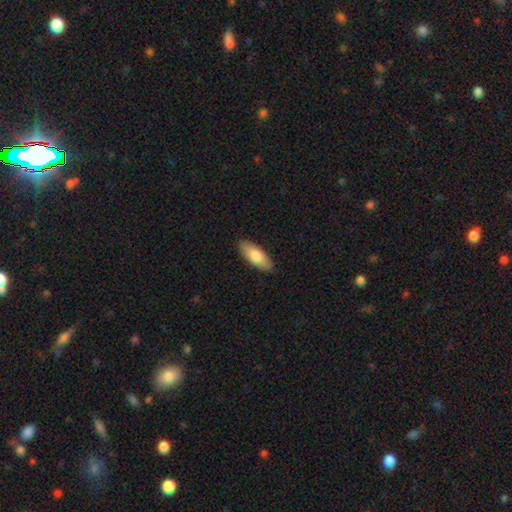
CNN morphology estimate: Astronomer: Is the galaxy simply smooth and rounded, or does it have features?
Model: smooth — 79%.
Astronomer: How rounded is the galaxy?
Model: in between — 78%.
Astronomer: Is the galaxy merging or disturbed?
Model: none — 89%.